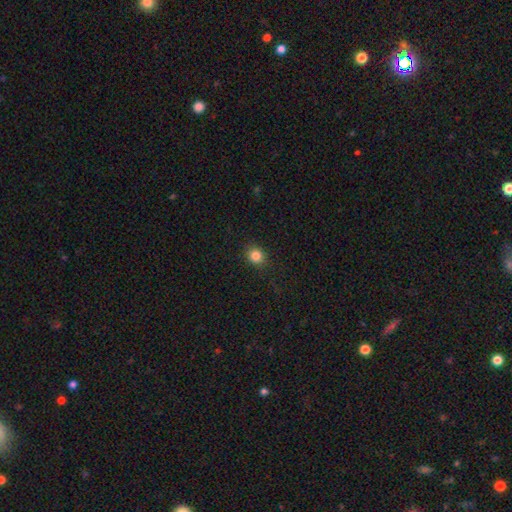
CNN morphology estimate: A smooth galaxy with no disk features (84%) that is round (75%).

Vote fractions:
- Smooth or featured? smooth: 84% / star or artifact: 11% / featured or disk: 5%
- How rounded? round: 75% / in between: 24% / cigar-shaped: 1%
- Merging? none: 89% / minor disturbance: 8% / major disturbance: 2% / merger: 1%